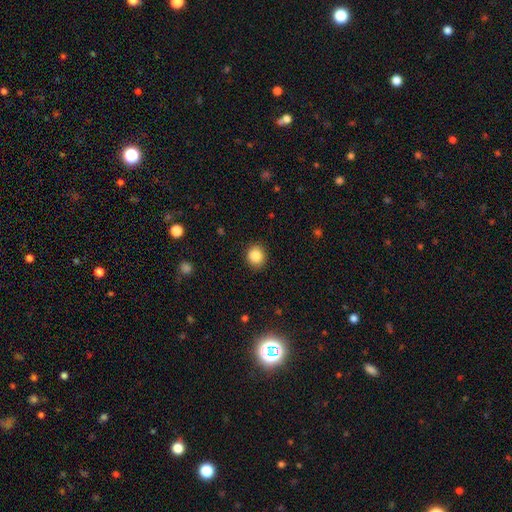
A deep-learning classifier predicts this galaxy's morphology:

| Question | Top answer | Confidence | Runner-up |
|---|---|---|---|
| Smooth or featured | smooth | 86% | star or artifact (9%) |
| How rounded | round | 82% | in between (17%) |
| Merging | none | 88% | minor disturbance (8%) |